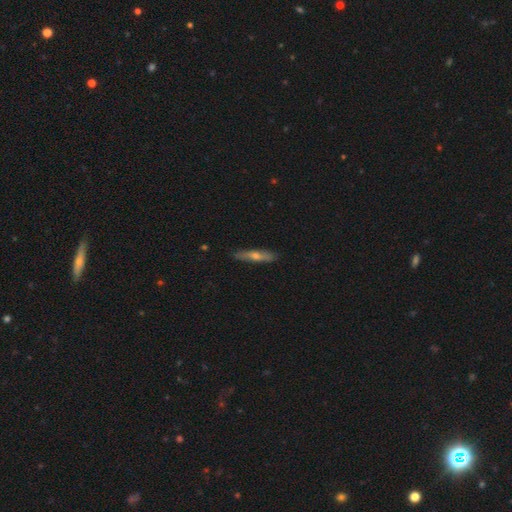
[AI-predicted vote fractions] This is possibly a featured or disk galaxy (50%). Merging: clearly none (87%).